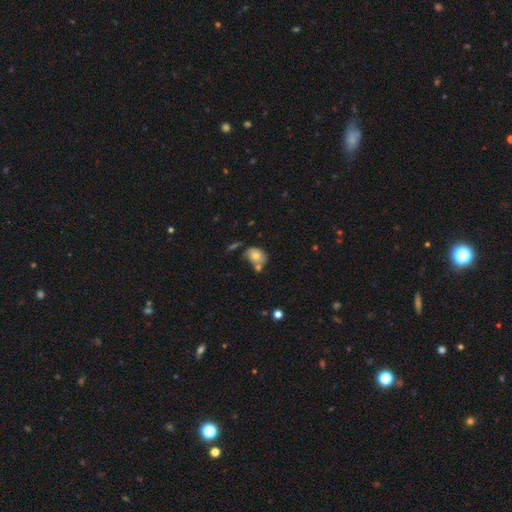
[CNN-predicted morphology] Overall: smooth (68%). How rounded: in between (53%; round 46%). Merging: none (45%; merger 29%).